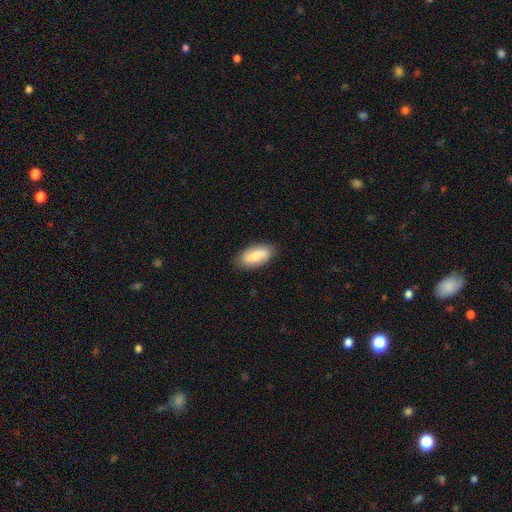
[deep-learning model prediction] Smooth or featured?
  - smooth: 61% *
  - featured or disk: 33%
  - star or artifact: 6%
How rounded?
  - in between: 90% *
  - cigar-shaped: 6%
  - round: 3%
Merging?
  - none: 85% *
  - minor disturbance: 12%
  - major disturbance: 2%
  - merger: 1%